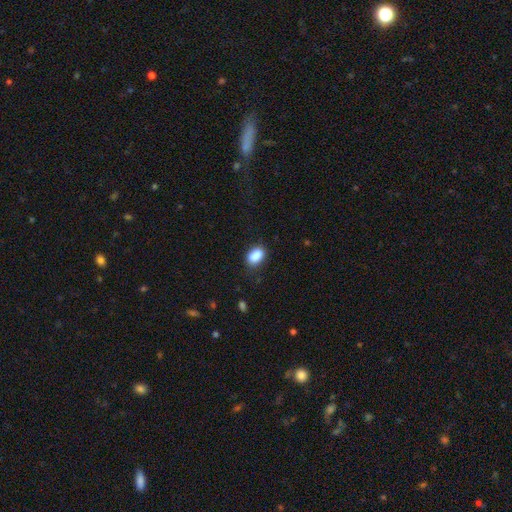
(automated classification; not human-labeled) Smooth or featured?
  - smooth: 88% *
  - star or artifact: 8%
  - featured or disk: 4%
How rounded?
  - in between: 87% *
  - round: 12%
  - cigar-shaped: 2%
Merging?
  - none: 81% *
  - minor disturbance: 14%
  - major disturbance: 3%
  - merger: 1%